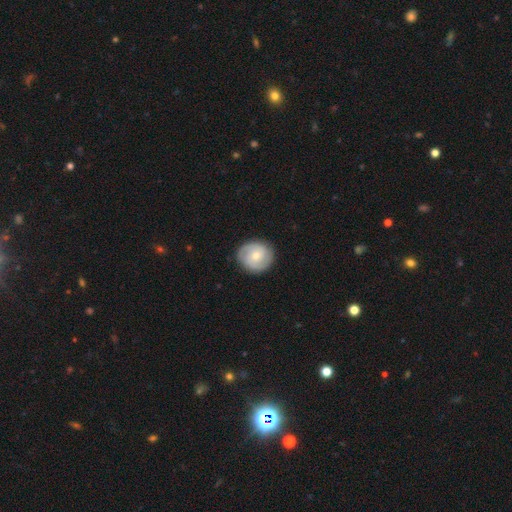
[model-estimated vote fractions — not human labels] featured or disk 61%, smooth 33%, star or artifact 6%. Down the decision tree: edge-on disk — no (98%); bar — no (68%); spiral arms — yes (88%); spiral arm count — 2 (72%); spiral winding — tight (54%); bulge size — small (52%); merging — none (86%).